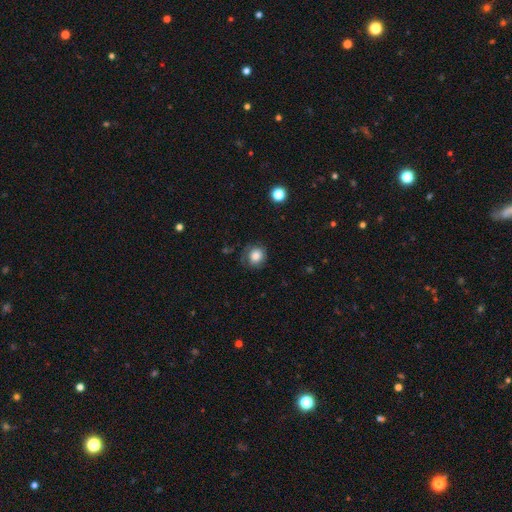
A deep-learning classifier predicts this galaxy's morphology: smooth-or-featured: smooth: 80% | featured or disk: 10% | star or artifact: 9%
  how-rounded: round: 83% | in between: 17% | cigar-shaped: 1%
  merging: none: 73% | minor disturbance: 19% | major disturbance: 7% | merger: 1%